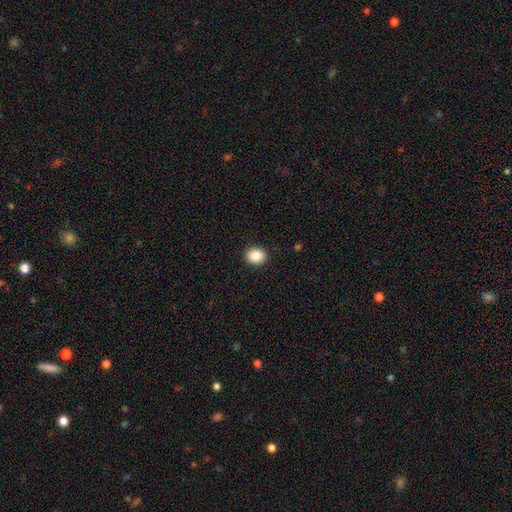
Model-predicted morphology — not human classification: This appears to be a smooth galaxy with no disk features (88%) that is round (67%). Merging: none (92%).